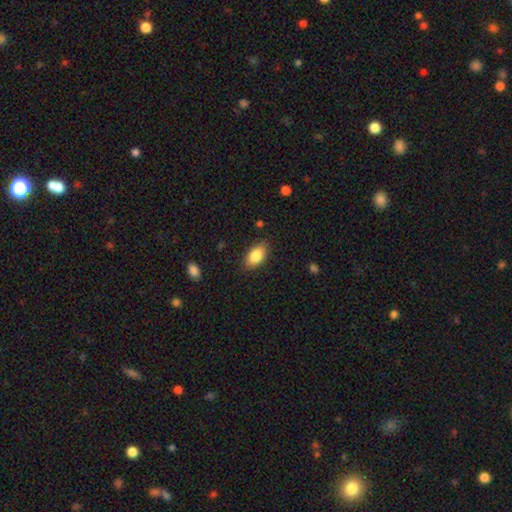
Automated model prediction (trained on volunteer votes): The model was most divided on "merging": none: 83%, minor disturbance: 13%, major disturbance: 3%, merger: 1%. More confident: how rounded — in between (91%); smooth or featured — smooth (85%).